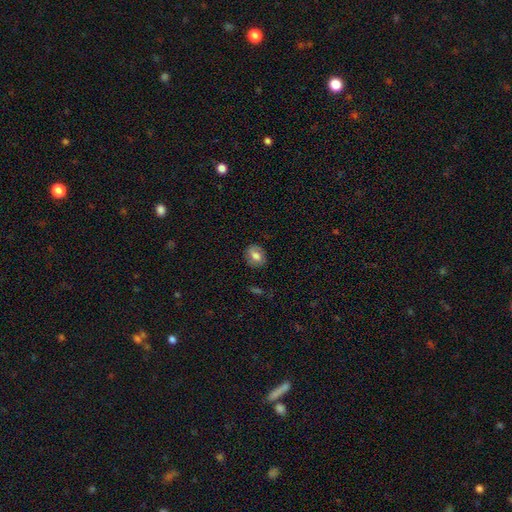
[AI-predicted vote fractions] smooth-or-featured: smooth: 72% | featured or disk: 20% | star or artifact: 9%
  how-rounded: in between: 52% | round: 46% | cigar-shaped: 1%
  merging: none: 81% | minor disturbance: 14% | major disturbance: 4% | merger: 1%